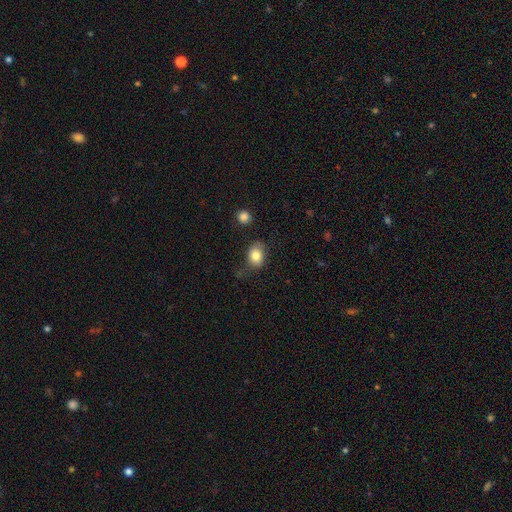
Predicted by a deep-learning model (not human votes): smooth-or-featured: smooth: 82% | star or artifact: 9% | featured or disk: 9%
  how-rounded: in between: 60% | round: 39% | cigar-shaped: 1%
  merging: none: 68% | minor disturbance: 21% | major disturbance: 7% | merger: 3%